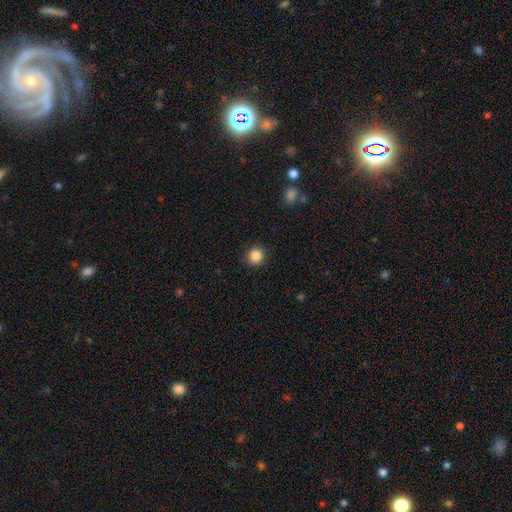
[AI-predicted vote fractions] This is clearly a smooth galaxy (86%). How rounded: clearly round (93%). Merging: clearly none (91%).